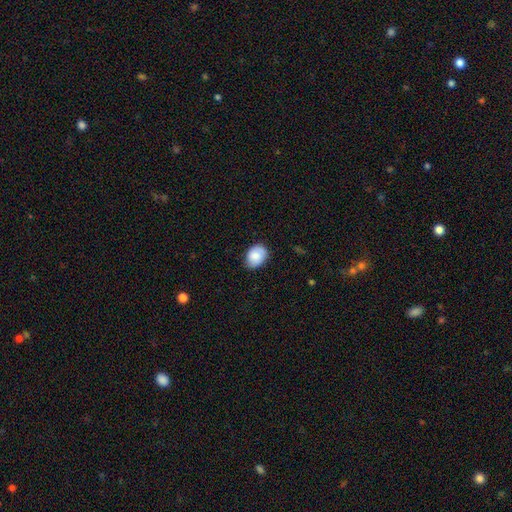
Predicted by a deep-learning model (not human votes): Smooth or featured? Predicted: smooth (p=0.82). How rounded? Predicted: in between (p=0.64). Merging? Predicted: none (p=0.77).